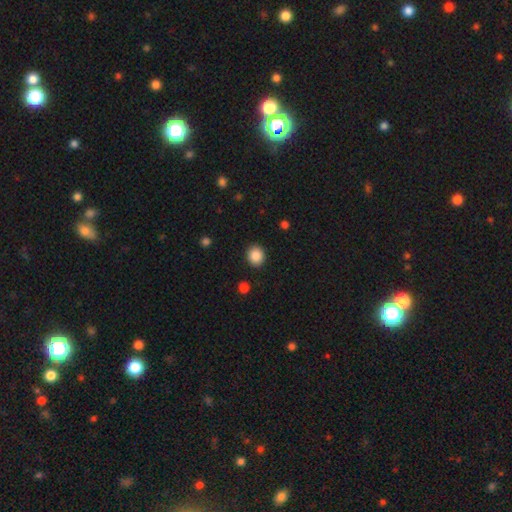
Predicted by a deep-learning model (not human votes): Smooth or featured: smooth — 88% (star or artifact — 9%)
How rounded: round — 84% (in between — 15%)
Merging: none — 91% (minor disturbance — 6%)